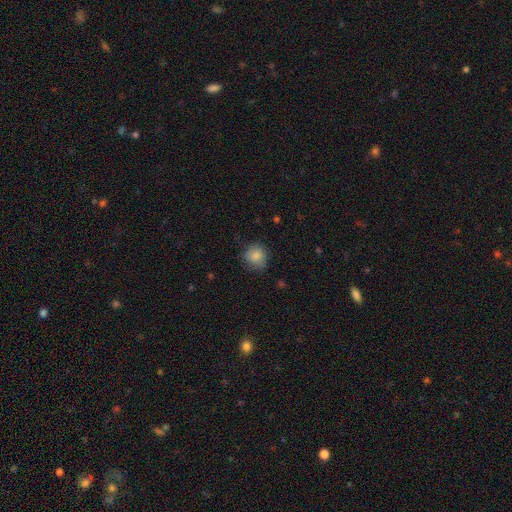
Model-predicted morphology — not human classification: smooth 84%, star or artifact 9%, featured or disk 7%. Down the decision tree: how rounded — round (79%); merging — none (71%).